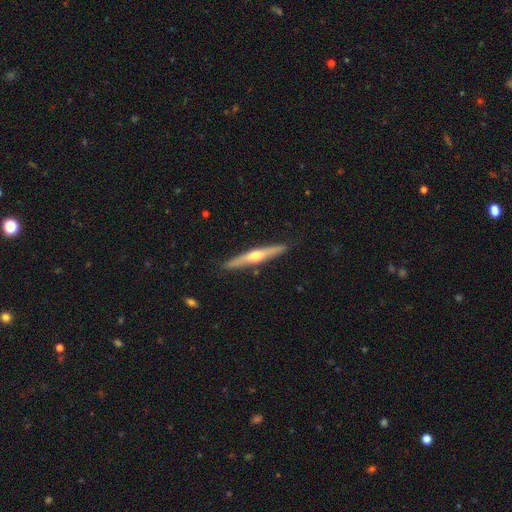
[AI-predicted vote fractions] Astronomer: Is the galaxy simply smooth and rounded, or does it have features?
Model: featured or disk — 64%.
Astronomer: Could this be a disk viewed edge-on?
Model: yes — 96%.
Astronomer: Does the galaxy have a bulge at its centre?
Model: rounded — 88%.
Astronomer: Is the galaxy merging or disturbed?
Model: none — 89%.